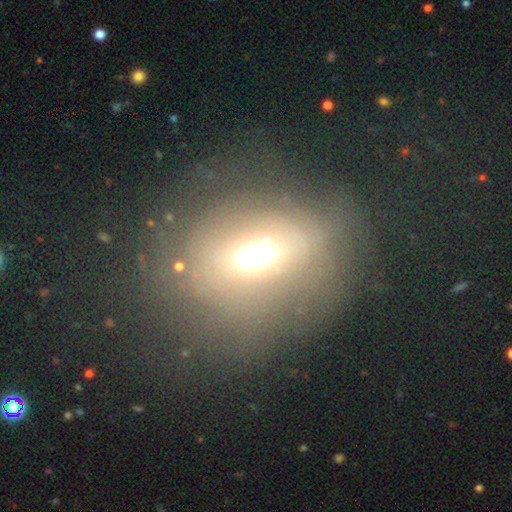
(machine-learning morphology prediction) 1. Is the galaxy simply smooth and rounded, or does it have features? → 48% smooth, 29% featured or disk, 23% star or artifact.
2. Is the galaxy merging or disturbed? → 57% none, 20% major disturbance, 18% minor disturbance, 5% merger.